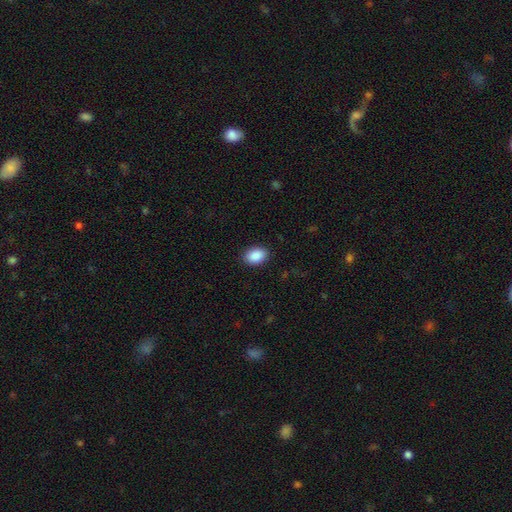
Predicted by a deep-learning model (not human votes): A smooth galaxy with no disk features (90%) that is in between round and cigar-shaped (86%).

Vote fractions:
- Smooth or featured? smooth: 90% / star or artifact: 7% / featured or disk: 3%
- How rounded? in between: 86% / round: 13% / cigar-shaped: 1%
- Merging? none: 89% / minor disturbance: 8% / major disturbance: 2% / merger: 1%